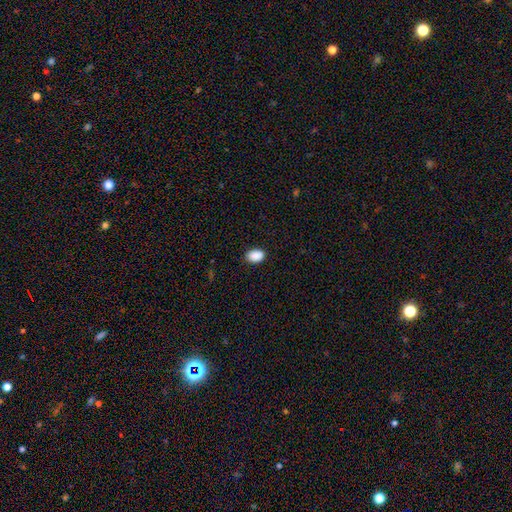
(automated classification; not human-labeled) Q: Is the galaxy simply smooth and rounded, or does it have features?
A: smooth — 90%.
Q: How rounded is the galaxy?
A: in between — 83%.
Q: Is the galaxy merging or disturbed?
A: none — 88%.